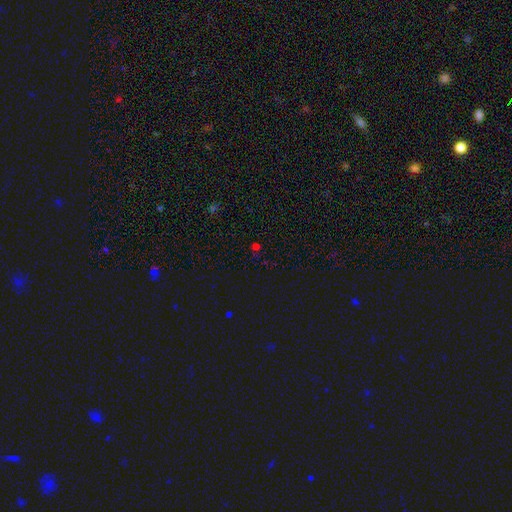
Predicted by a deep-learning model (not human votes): This is possibly a star or artifact rather than a galaxy (58%).